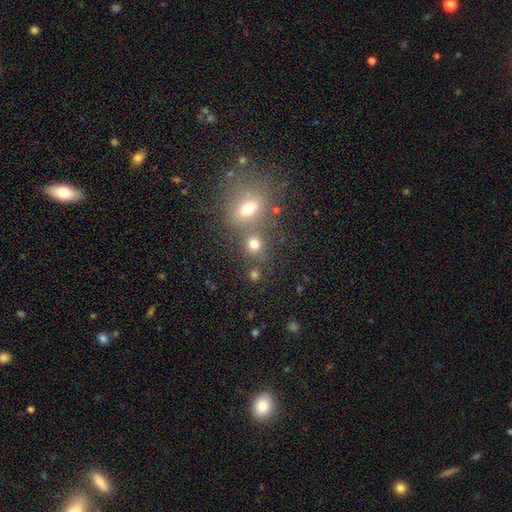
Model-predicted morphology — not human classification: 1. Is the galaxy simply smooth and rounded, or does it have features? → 51% smooth, 34% star or artifact, 15% featured or disk.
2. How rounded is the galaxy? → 71% round, 27% in between, 2% cigar-shaped.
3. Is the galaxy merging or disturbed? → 53% none, 32% merger, 10% minor disturbance, 5% major disturbance.